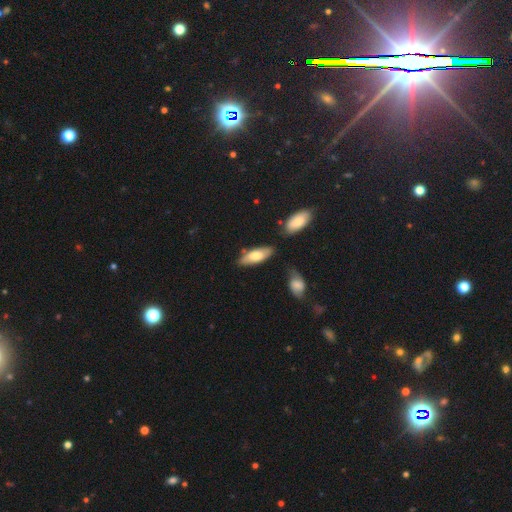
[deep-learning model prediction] Overall: smooth (71%). How rounded: in between (70%). Merging: none (72%).